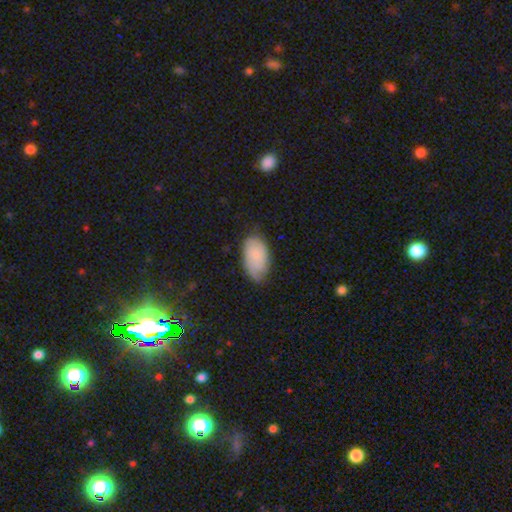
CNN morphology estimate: The model was most divided on "merging": none: 57%, minor disturbance: 34%, major disturbance: 8%, merger: 2%. More confident: how rounded — in between (94%); smooth or featured — smooth (73%).